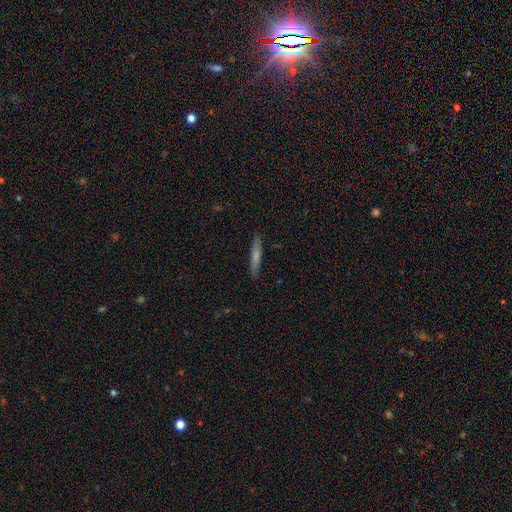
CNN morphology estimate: The model was most divided on "smooth or featured": smooth: 55%, featured or disk: 38%, star or artifact: 7%. More confident: how rounded — cigar-shaped (95%); merging — none (90%).